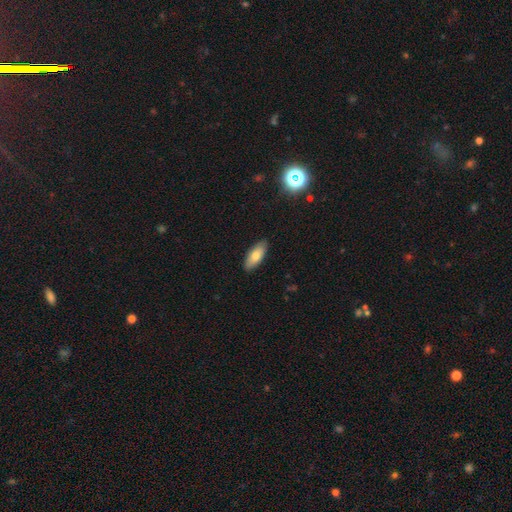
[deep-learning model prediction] Smooth or featured? smooth (74%)
How rounded? in between (81%)
Merging? none (88%)